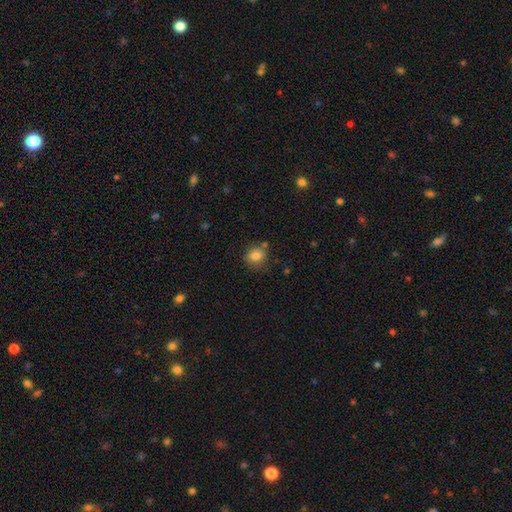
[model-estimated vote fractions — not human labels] This is clearly a smooth galaxy (81%). How rounded: likely round (71%). Merging: likely none (72%).